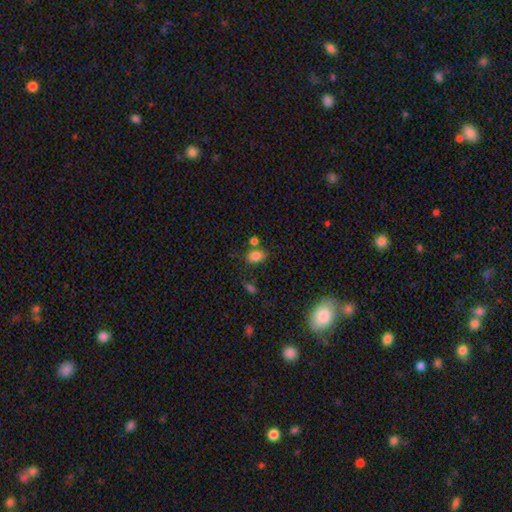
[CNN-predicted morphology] Smooth or featured? Predicted: smooth (p=0.83). How rounded? Predicted: in between (p=0.82). Merging? Predicted: none (p=0.68).